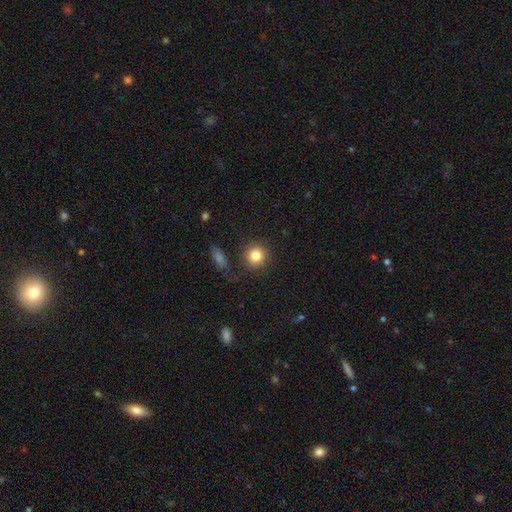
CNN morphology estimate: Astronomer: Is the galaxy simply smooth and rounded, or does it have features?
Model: smooth — 83%.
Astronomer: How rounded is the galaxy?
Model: round — 91%.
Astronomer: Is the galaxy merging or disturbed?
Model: none — 84%.